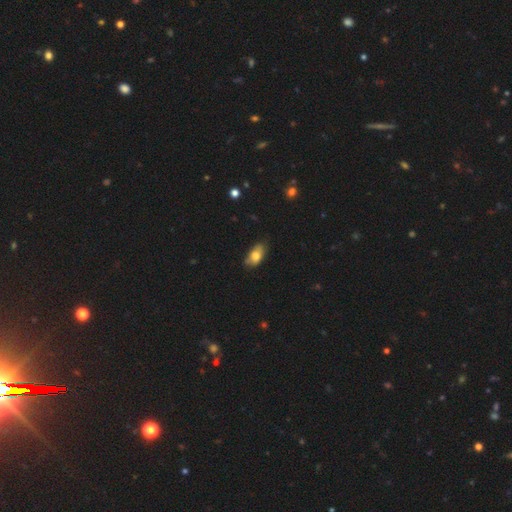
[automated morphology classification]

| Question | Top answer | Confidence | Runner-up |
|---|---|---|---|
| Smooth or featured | smooth | 76% | featured or disk (16%) |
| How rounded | in between | 91% | round (5%) |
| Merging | none | 69% | minor disturbance (25%) |